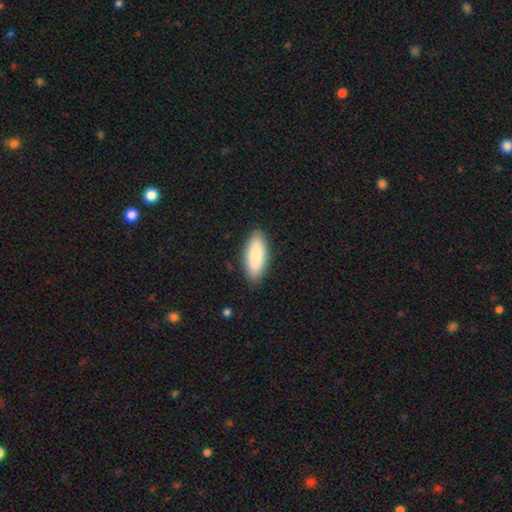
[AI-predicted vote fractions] Q: Smooth or featured?
A: smooth (86%); runner-up: featured or disk (8%)
Q: How rounded?
A: in between (75%); runner-up: cigar-shaped (23%)
Q: Merging?
A: none (88%); runner-up: minor disturbance (9%)